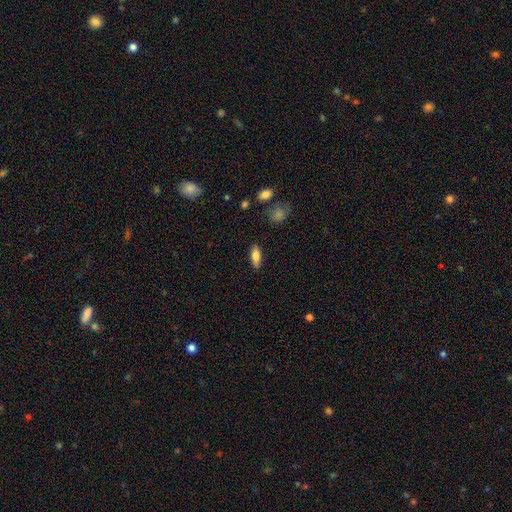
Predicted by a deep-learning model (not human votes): Morphology: type=smooth (79%); roundness=in between (73%); merging=none (87%).